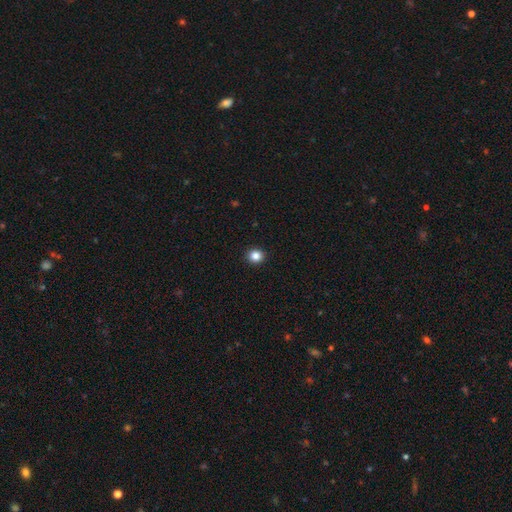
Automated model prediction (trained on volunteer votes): A smooth galaxy with no disk features (85%) that is round (90%).

Vote fractions:
- Smooth or featured? smooth: 85% / star or artifact: 11% / featured or disk: 4%
- How rounded? round: 90% / in between: 9% / cigar-shaped: 1%
- Merging? none: 93% / minor disturbance: 4% / major disturbance: 1% / merger: 1%